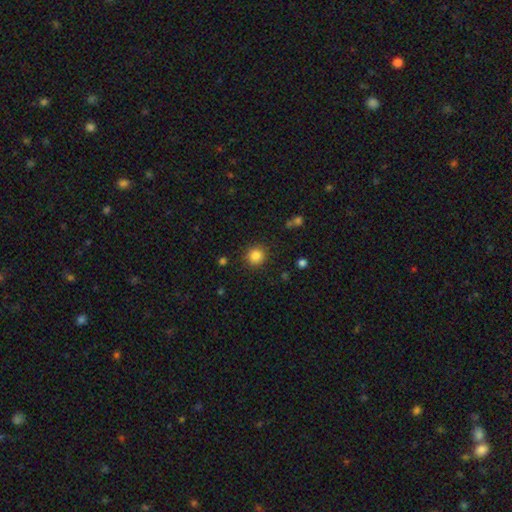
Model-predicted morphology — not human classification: Smooth or featured?
  - smooth: 85% *
  - star or artifact: 11%
  - featured or disk: 5%
How rounded?
  - round: 90% *
  - in between: 9%
  - cigar-shaped: 1%
Merging?
  - none: 88% *
  - minor disturbance: 7%
  - major disturbance: 3%
  - merger: 1%